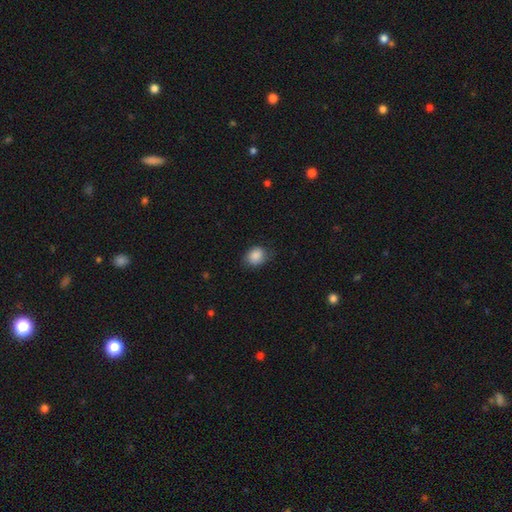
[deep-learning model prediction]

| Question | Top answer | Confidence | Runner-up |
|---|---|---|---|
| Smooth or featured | smooth | 87% | star or artifact (7%) |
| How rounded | round | 50% | in between (49%) |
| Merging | none | 72% | minor disturbance (22%) |